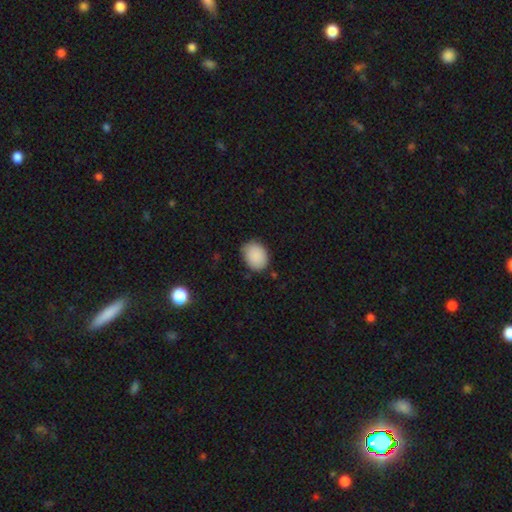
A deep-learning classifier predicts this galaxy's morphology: smooth_or_featured: smooth (p=0.89) [alt: star or artifact p=0.08]
how_rounded: in between (p=0.60) [alt: round p=0.40]
merging: none (p=0.78) [alt: minor disturbance p=0.17]